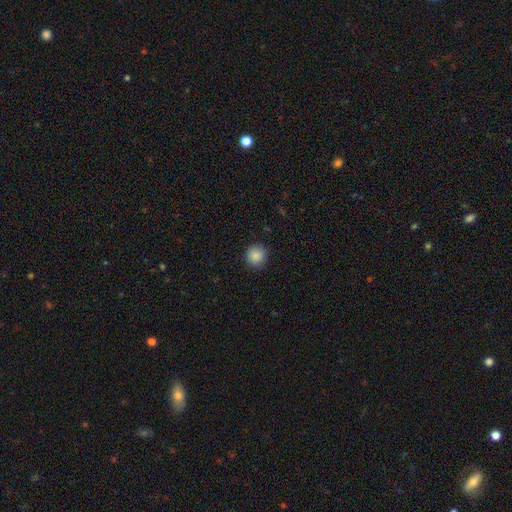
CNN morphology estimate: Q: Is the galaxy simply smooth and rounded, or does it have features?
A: smooth — 87%.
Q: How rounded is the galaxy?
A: round — 93%.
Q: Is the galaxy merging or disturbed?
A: none — 89%.